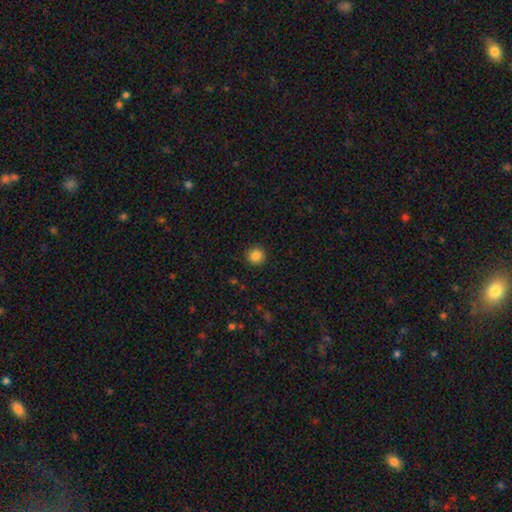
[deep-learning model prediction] smooth_or_featured: smooth (p=0.85) [alt: star or artifact p=0.10]
how_rounded: round (p=0.94) [alt: in between p=0.05]
merging: none (p=0.91) [alt: minor disturbance p=0.06]